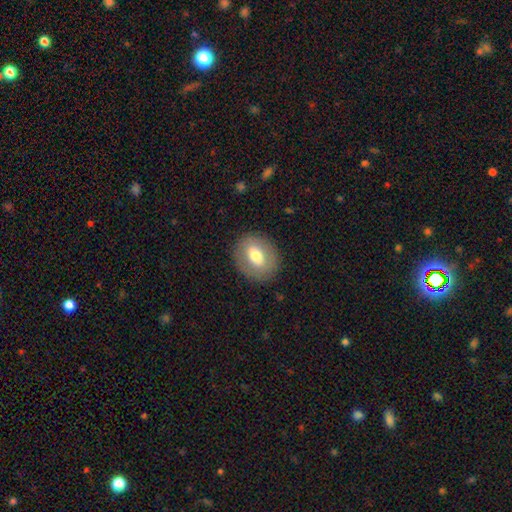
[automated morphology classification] This is likely a smooth galaxy (61%). How rounded: possibly round (53%). Merging: clearly none (85%).